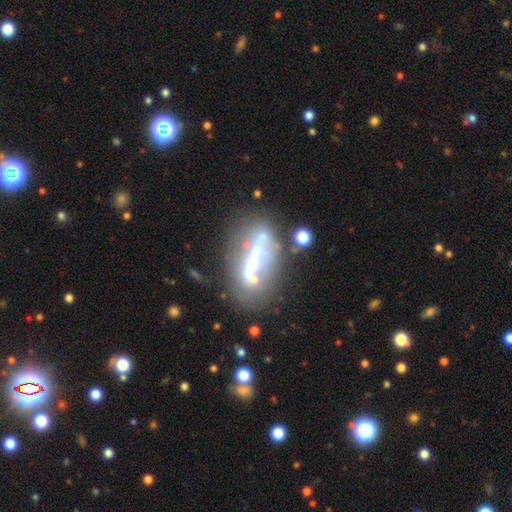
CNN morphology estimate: smooth_or_featured: featured or disk (p=0.58) [alt: smooth p=0.29]
disk_edge_on: no (p=0.69) [alt: yes p=0.31]
merging: none (p=0.48) [alt: minor disturbance p=0.21]